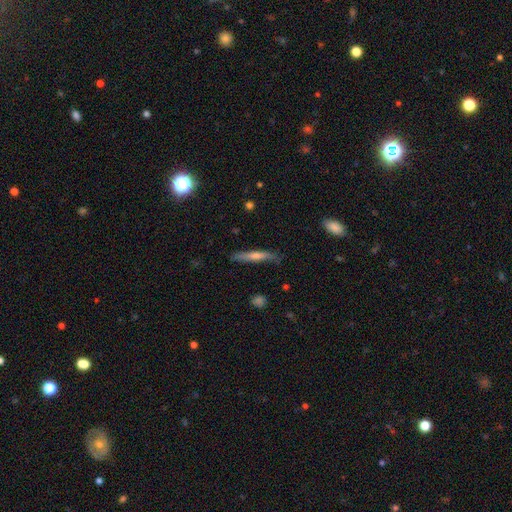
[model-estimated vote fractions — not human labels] Overall: featured or disk (55%; smooth 34%). Edge-on disk: yes (92%). Edge-on bulge: rounded (74%). Merging: none (83%).